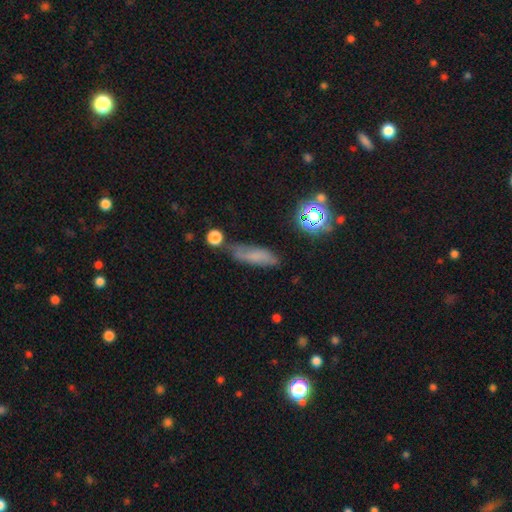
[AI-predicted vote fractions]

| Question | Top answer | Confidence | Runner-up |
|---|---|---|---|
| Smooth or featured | smooth | 62% | featured or disk (22%) |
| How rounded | cigar-shaped | 52% | in between (43%) |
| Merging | none | 61% | minor disturbance (24%) |